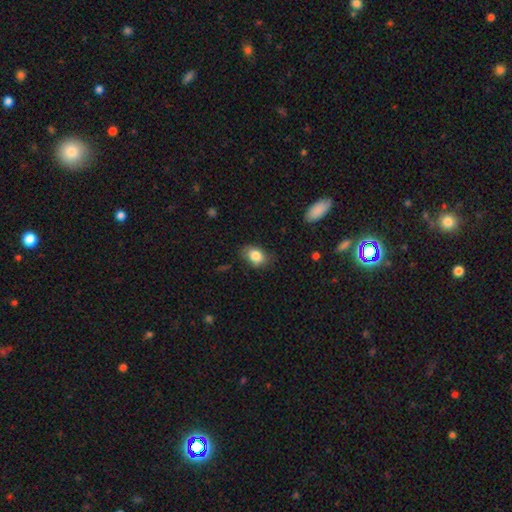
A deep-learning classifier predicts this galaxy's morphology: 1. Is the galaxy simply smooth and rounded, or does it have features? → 83% smooth, 9% featured or disk, 8% star or artifact.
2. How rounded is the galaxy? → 79% in between, 20% round, 1% cigar-shaped.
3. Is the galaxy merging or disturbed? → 73% none, 21% minor disturbance, 5% major disturbance, 1% merger.